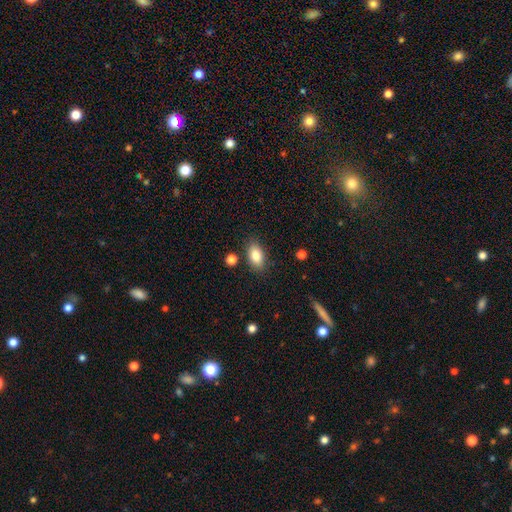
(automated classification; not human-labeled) Smooth or featured: smooth — 83% (featured or disk — 9%)
How rounded: in between — 89% (round — 7%)
Merging: none — 83% (minor disturbance — 11%)